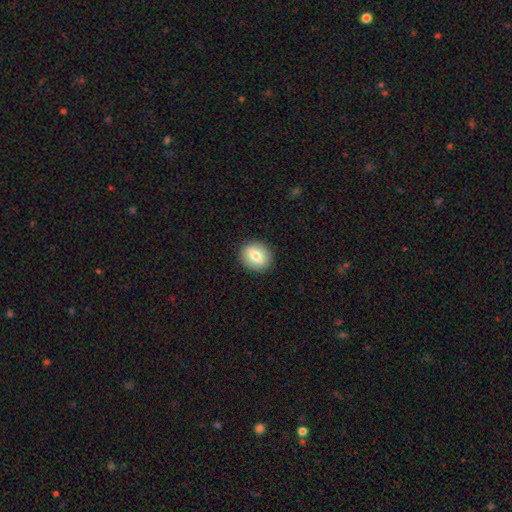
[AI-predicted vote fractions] This is likely a smooth galaxy (66%). How rounded: likely round (65%). Merging: clearly none (90%).